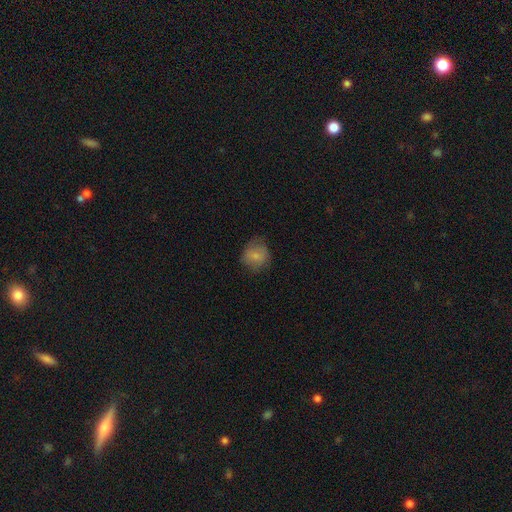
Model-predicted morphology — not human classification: This is likely a smooth galaxy (76%). How rounded: likely round (76%). Merging: likely none (67%).